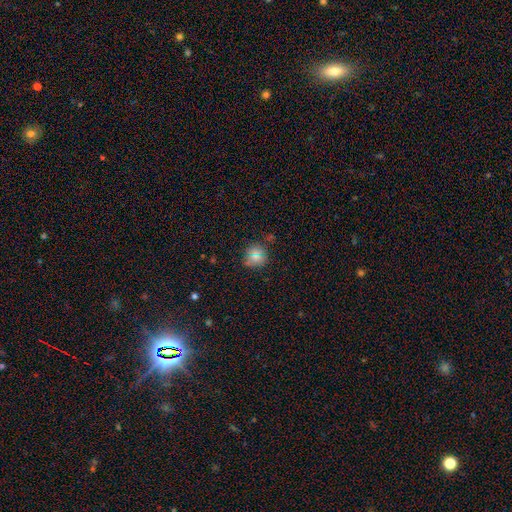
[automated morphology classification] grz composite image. It shows a smooth galaxy with no disk features (73%) that is round (86%). Merging: none (83%).